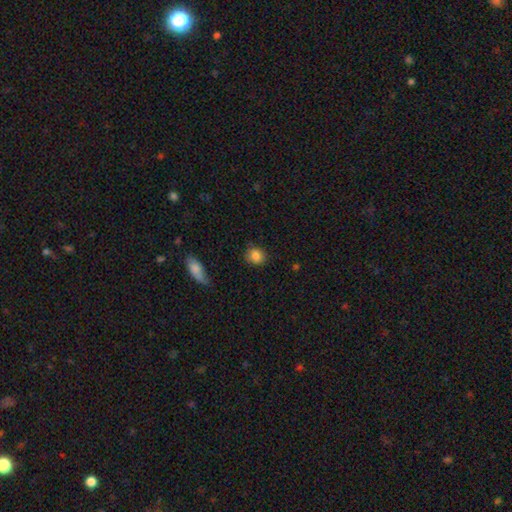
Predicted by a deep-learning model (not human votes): Smooth or featured?
  - smooth: 86% *
  - star or artifact: 9%
  - featured or disk: 5%
How rounded?
  - round: 75% *
  - in between: 24%
  - cigar-shaped: 1%
Merging?
  - none: 81% *
  - minor disturbance: 14%
  - major disturbance: 3%
  - merger: 2%